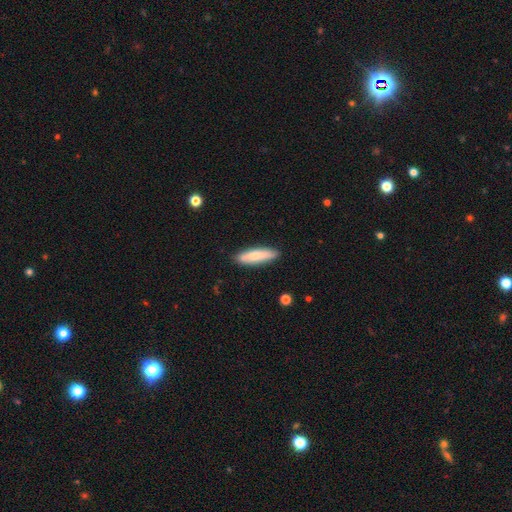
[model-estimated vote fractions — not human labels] Smooth or featured: smooth — 73% (featured or disk — 21%)
How rounded: cigar-shaped — 64% (in between — 34%)
Merging: none — 88% (minor disturbance — 9%)